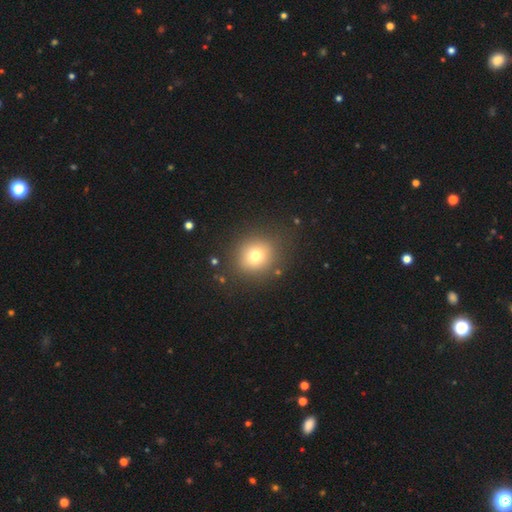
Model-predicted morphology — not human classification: Overall: smooth (73%). How rounded: round (86%). Merging: none (85%).